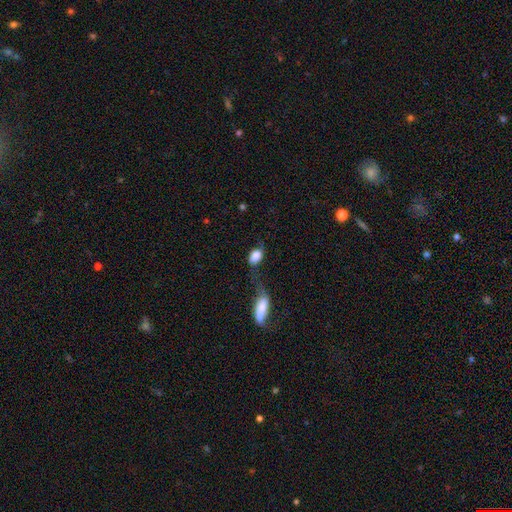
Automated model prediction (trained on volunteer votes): smooth 81%, featured or disk 11%, star or artifact 8%. Down the decision tree: how rounded — in between (85%); merging — merger (31%, tied with none).